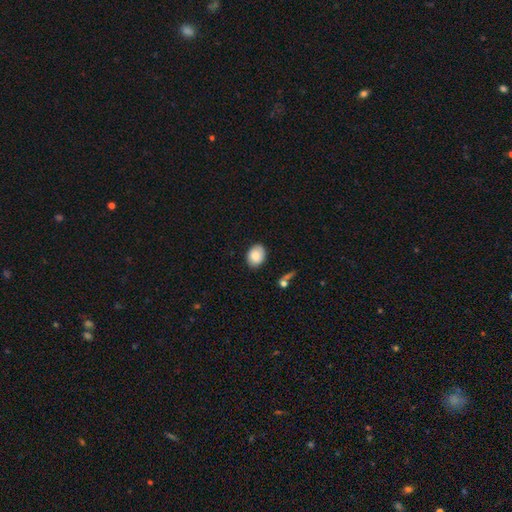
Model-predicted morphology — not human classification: This appears to be a smooth galaxy with no disk features (84%) that is in between round and cigar-shaped (64%). Merging: none (82%).